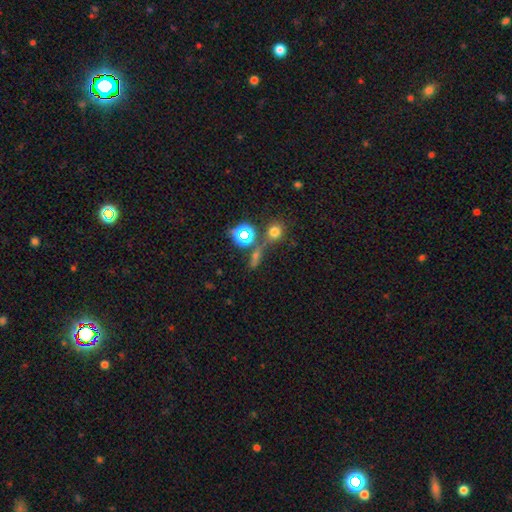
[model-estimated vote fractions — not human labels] This appears to be a smooth galaxy with no disk features (41%). Merging: none (57%).